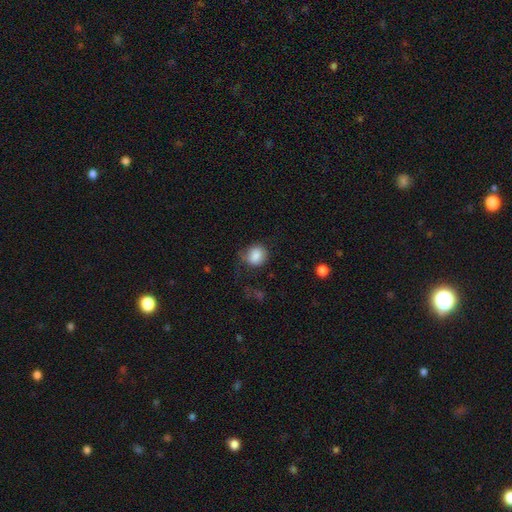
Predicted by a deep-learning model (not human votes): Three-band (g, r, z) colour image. It shows a smooth galaxy with no disk features (85%) that is round (75%). Merging: none (61%).